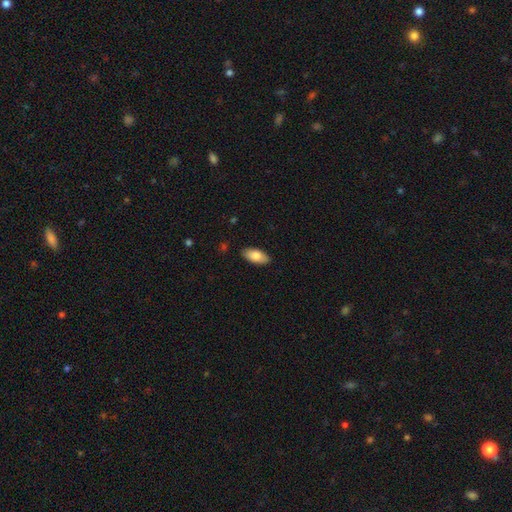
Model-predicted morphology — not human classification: smooth_or_featured: smooth (p=0.82) [alt: featured or disk p=0.12]
how_rounded: in between (p=0.91) [alt: cigar-shaped p=0.07]
merging: none (p=0.88) [alt: minor disturbance p=0.09]